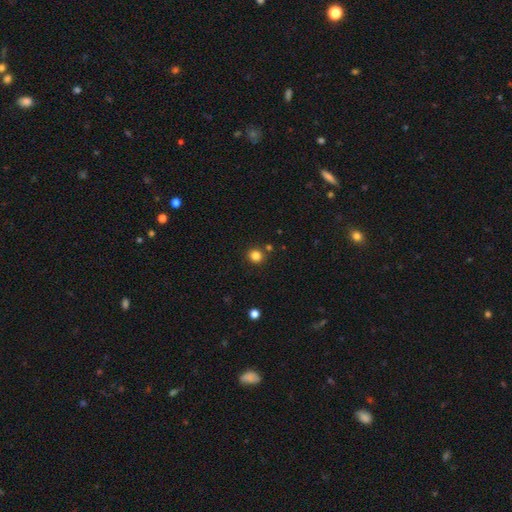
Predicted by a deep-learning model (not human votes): This is clearly a smooth galaxy (83%). How rounded: clearly round (89%). Merging: clearly none (86%).